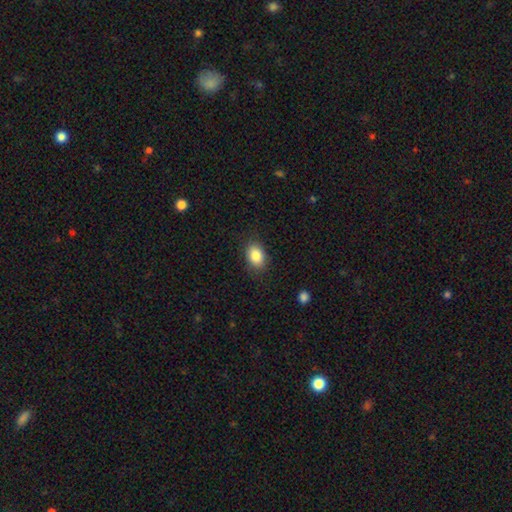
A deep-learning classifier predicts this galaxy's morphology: type=smooth (86%); roundness=in between (76%); merging=none (85%).